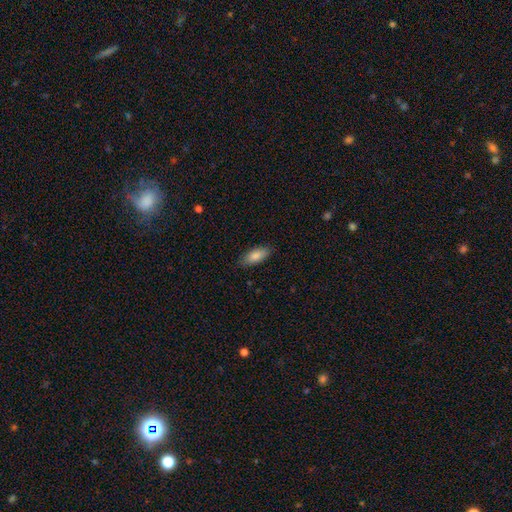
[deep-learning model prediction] Smooth or featured? smooth (85%)
How rounded? in between (83%)
Merging? none (86%)